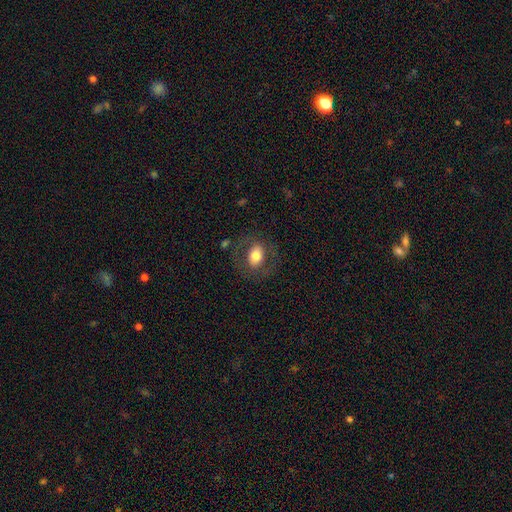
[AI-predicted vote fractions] Morphology: type=smooth (64%); roundness=in between (67%); merging=none (74%).